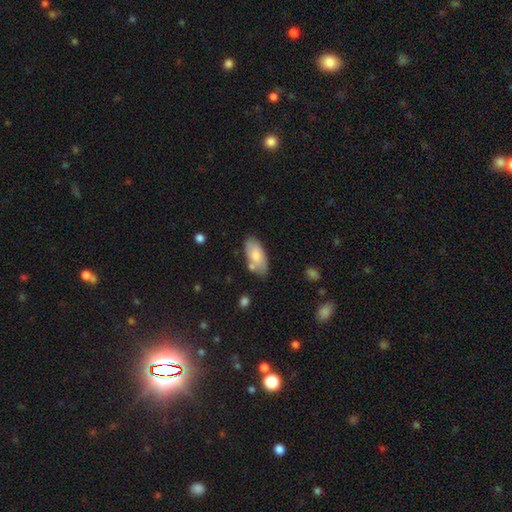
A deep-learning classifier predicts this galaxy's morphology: This is likely a smooth galaxy (76%). How rounded: clearly in between (91%). Merging: likely none (66%).